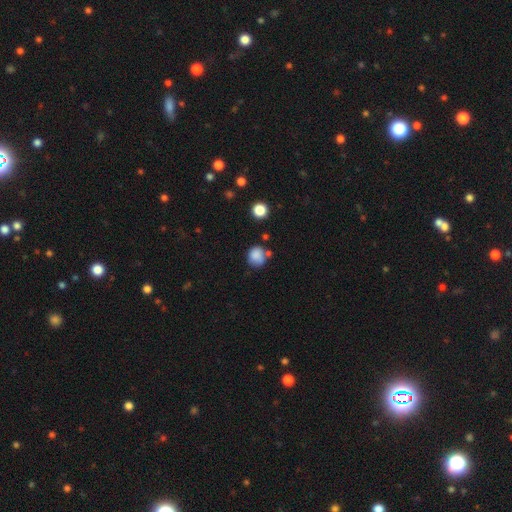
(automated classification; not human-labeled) A smooth galaxy with no disk features (83%) that is round (78%).

Vote fractions:
- Smooth or featured? smooth: 83% / star or artifact: 10% / featured or disk: 7%
- How rounded? round: 78% / in between: 21% / cigar-shaped: 1%
- Merging? none: 58% / minor disturbance: 21% / merger: 14% / major disturbance: 7%